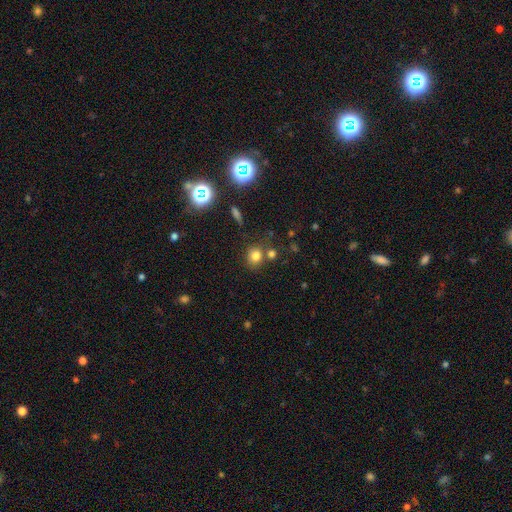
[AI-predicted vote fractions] This is likely a smooth galaxy (78%). How rounded: likely round (73%). Merging: likely none (67%).